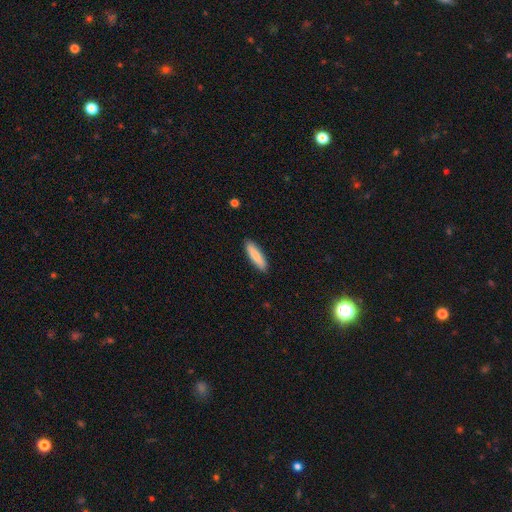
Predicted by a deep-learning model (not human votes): Smooth or featured? Predicted: smooth (p=0.82). How rounded? Predicted: cigar-shaped (p=0.69). Merging? Predicted: none (p=0.90).